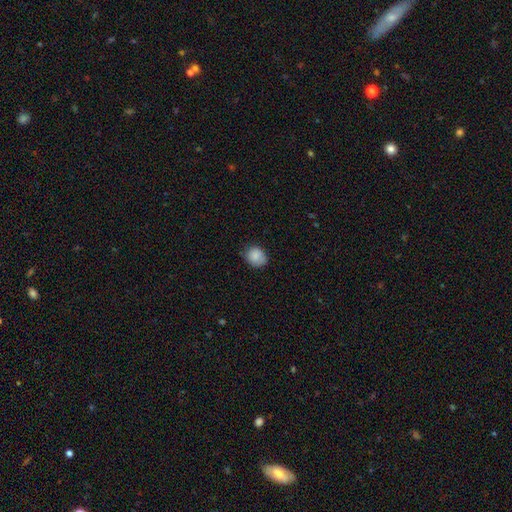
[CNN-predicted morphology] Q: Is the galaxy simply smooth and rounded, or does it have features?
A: smooth — 86%.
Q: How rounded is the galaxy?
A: round — 65%.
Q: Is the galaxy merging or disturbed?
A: none — 75%.